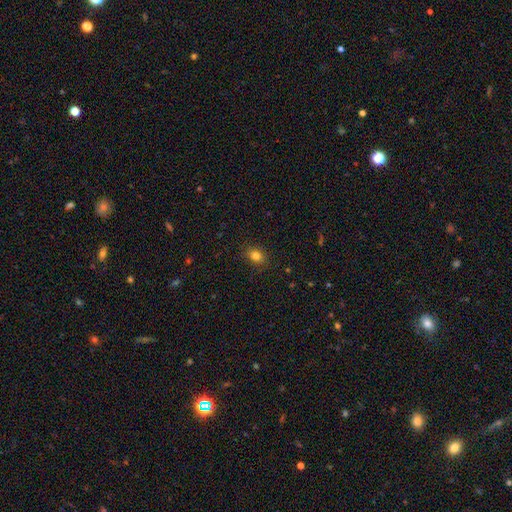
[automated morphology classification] A smooth galaxy with no disk features (82%) that is in between round and cigar-shaped (54%). Merging: none (87%).